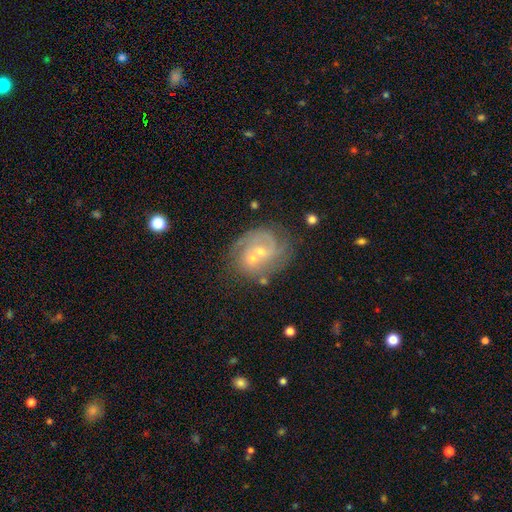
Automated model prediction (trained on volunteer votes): smooth-or-featured: featured or disk: 78% | smooth: 13% | star or artifact: 8%
  disk-edge-on: no: 98% | yes: 2%
    bar: no: 59% | weak: 34% | strong: 7%
    has-spiral-arms: yes: 91% | no: 9%
      spiral-winding: tight: 48% | medium: 39% | loose: 12%
      spiral-arm-count: 2: 44% | can't tell: 24% | 3: 17% | 1: 7% | 4: 4% | more than 4: 4%
    bulge-size: small: 66% | moderate: 29% | none: 3% | large: 1% | dominant: 1%
  merging: none: 53% | merger: 23% | minor disturbance: 16% | major disturbance: 8%